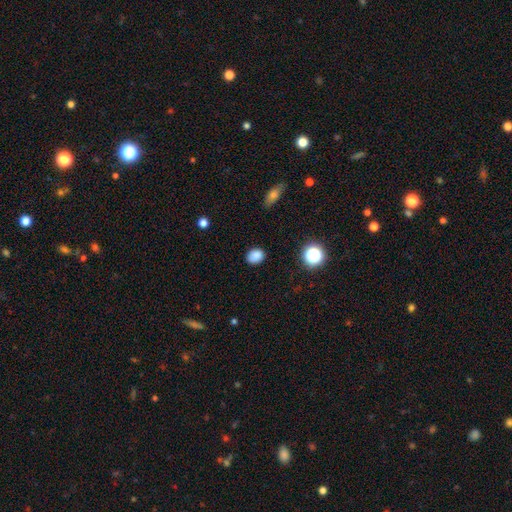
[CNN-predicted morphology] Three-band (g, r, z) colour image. It shows a smooth galaxy with no disk features (84%) that is in between round and cigar-shaped (51%). Merging: none (84%).